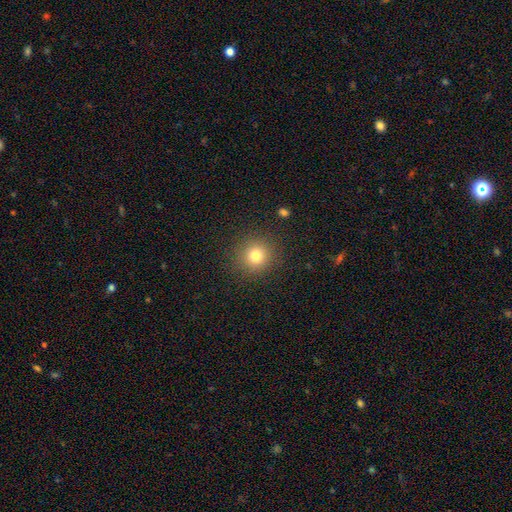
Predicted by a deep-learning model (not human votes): Smooth or featured? smooth (77%)
How rounded? round (92%)
Merging? none (89%)